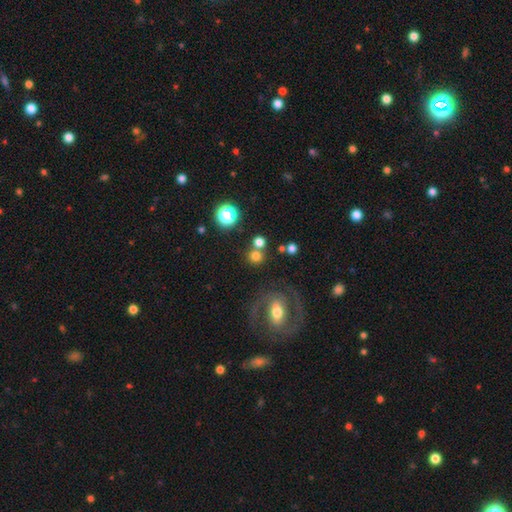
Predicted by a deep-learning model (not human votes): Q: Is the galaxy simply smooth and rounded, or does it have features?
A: smooth — 72%.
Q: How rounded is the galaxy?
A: round — 89%.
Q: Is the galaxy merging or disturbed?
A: none — 65%.